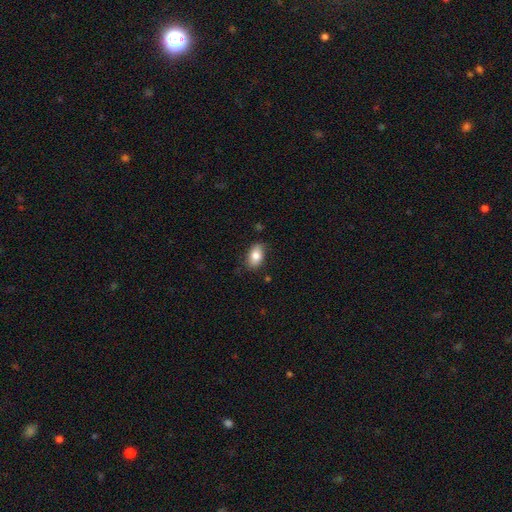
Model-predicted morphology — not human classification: This is clearly a smooth galaxy (83%). How rounded: clearly in between (89%). Merging: clearly none (81%).